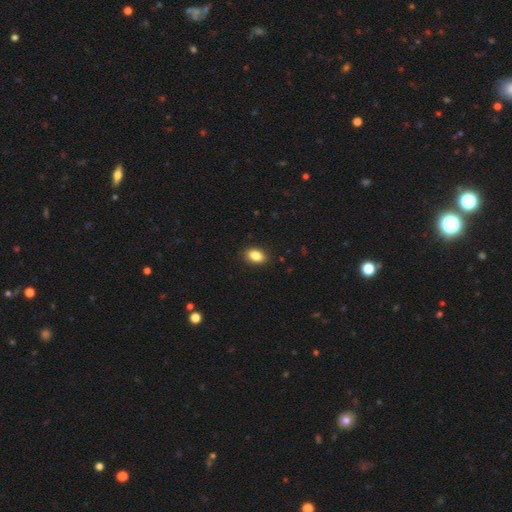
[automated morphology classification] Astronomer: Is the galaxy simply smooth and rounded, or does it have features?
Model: smooth — 87%.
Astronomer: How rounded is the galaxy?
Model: in between — 86%.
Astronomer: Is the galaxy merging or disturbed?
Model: none — 88%.